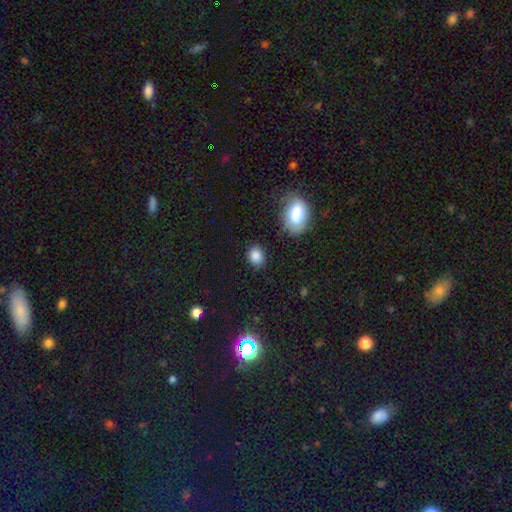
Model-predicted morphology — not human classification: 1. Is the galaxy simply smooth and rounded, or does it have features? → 86% smooth, 9% star or artifact, 5% featured or disk.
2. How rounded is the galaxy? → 50% round, 49% in between, 1% cigar-shaped.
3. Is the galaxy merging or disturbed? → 83% none, 12% minor disturbance, 3% major disturbance, 2% merger.